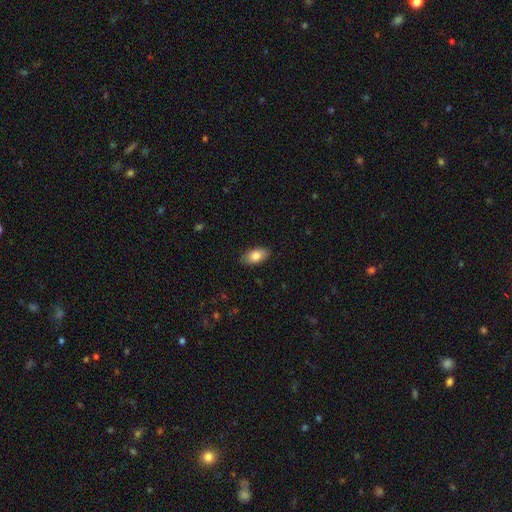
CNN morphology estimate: Overall: smooth (83%). How rounded: in between (93%). Merging: none (87%).